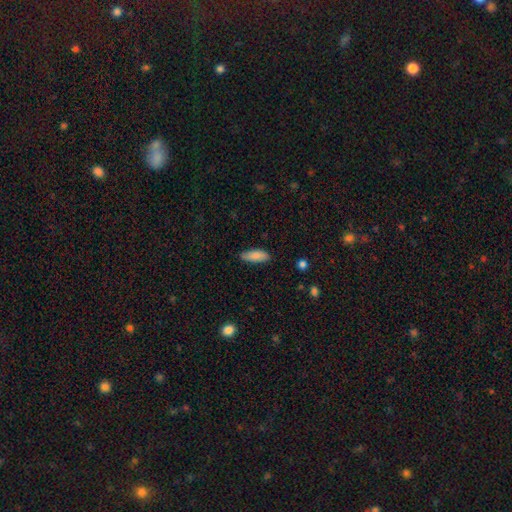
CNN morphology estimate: This is clearly a smooth galaxy (86%). How rounded: likely in between (68%). Merging: clearly none (81%).